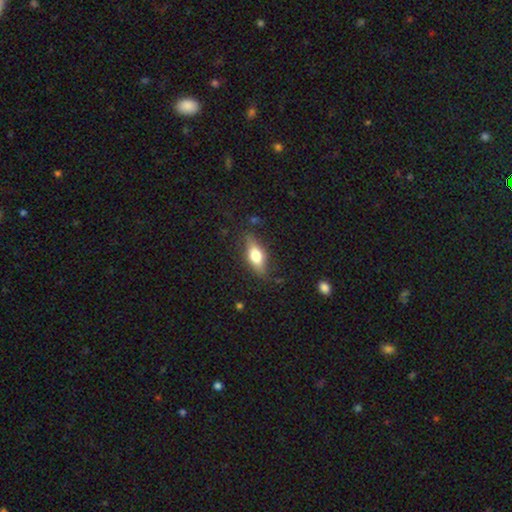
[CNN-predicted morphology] smooth-or-featured: smooth: 58% | featured or disk: 34% | star or artifact: 7%
  how-rounded: in between: 69% | cigar-shaped: 26% | round: 5%
  merging: none: 76% | minor disturbance: 17% | major disturbance: 5% | merger: 2%